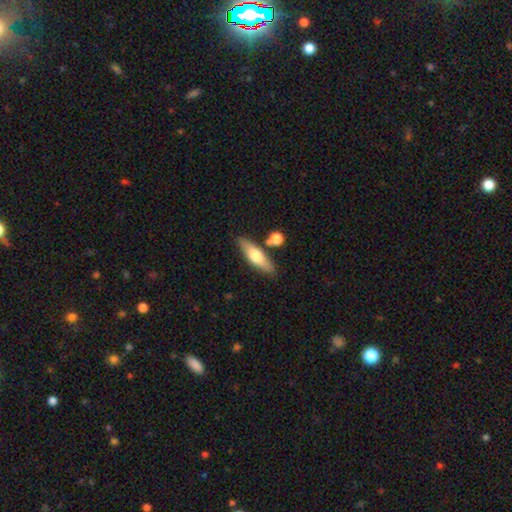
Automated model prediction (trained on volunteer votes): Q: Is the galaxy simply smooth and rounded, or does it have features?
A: smooth — 57%.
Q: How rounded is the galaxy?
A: cigar-shaped — 58%.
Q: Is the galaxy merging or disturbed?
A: none — 79%.